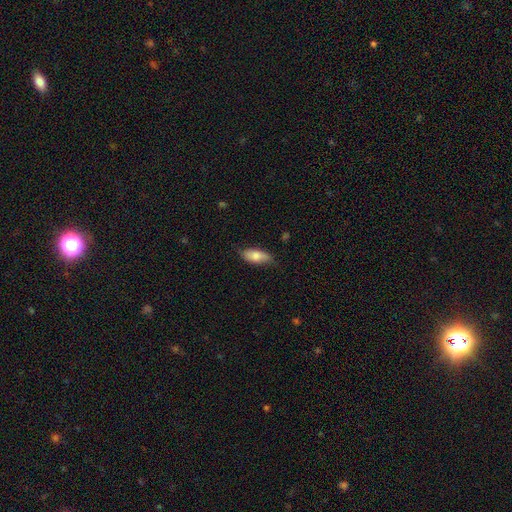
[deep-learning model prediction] Smooth or featured? smooth (77%)
How rounded? in between (83%)
Merging? none (70%)